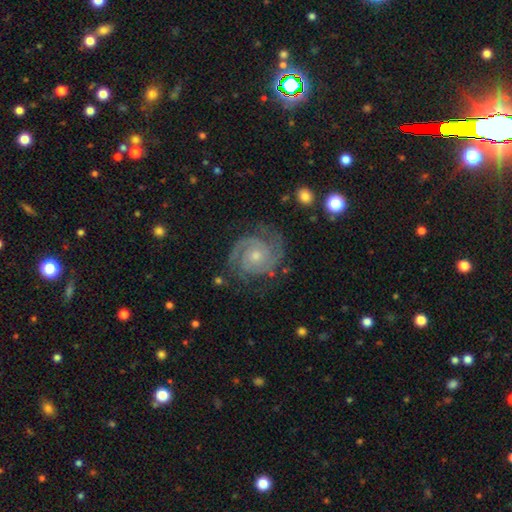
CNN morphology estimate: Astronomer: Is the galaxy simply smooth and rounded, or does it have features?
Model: featured or disk — 91%.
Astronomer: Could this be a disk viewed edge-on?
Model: no — 98%.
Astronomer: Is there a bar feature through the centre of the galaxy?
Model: no — 75%.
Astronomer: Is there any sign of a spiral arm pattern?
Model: yes — 98%.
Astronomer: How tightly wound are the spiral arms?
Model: tight — 69%.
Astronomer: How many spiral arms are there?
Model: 2 — 69%.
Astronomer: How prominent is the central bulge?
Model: small — 59% (runner-up: moderate, 37%).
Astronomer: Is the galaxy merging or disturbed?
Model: none — 79%.